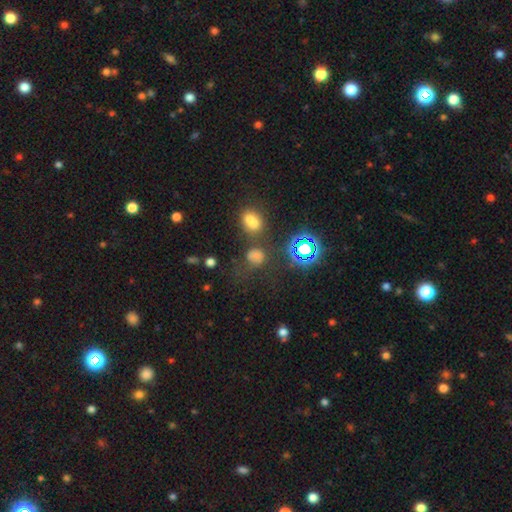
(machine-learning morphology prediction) smooth-or-featured: smooth: 53% | star or artifact: 38% | featured or disk: 9%
  how-rounded: round: 59% | in between: 39% | cigar-shaped: 2%
  merging: none: 49% | merger: 28% | minor disturbance: 13% | major disturbance: 9%